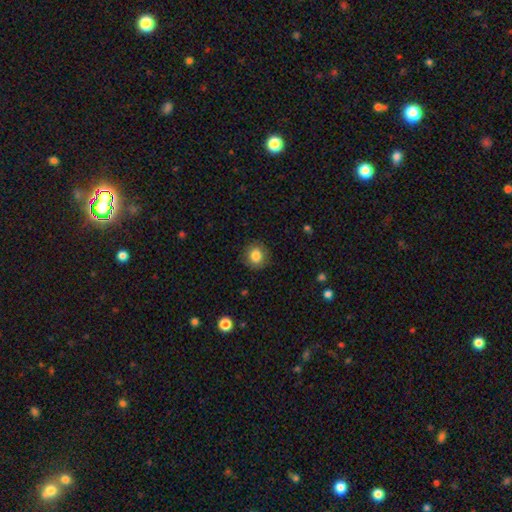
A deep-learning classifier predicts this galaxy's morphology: Q: Smooth or featured?
A: smooth (84%); runner-up: star or artifact (9%)
Q: How rounded?
A: round (84%); runner-up: in between (15%)
Q: Merging?
A: none (88%); runner-up: minor disturbance (9%)